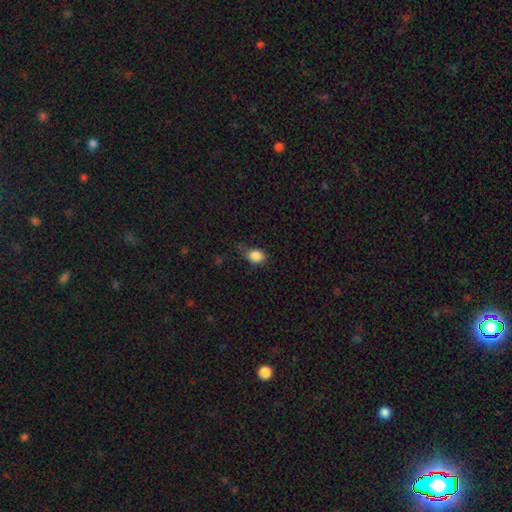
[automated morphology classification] Smooth or featured? smooth (86%)
How rounded? in between (56%)
Merging? none (63%)